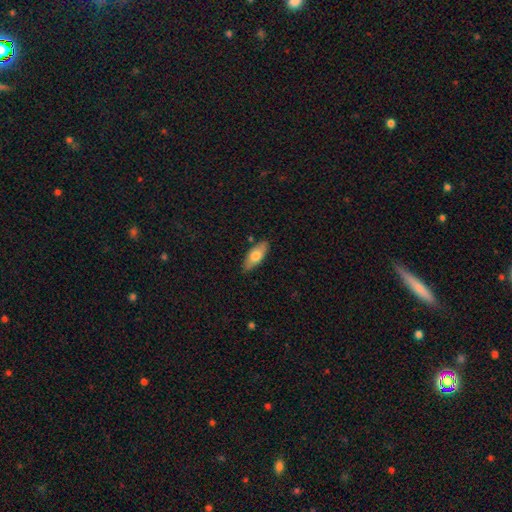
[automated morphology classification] type=smooth (69%); roundness=in between (79%); merging=none (85%).